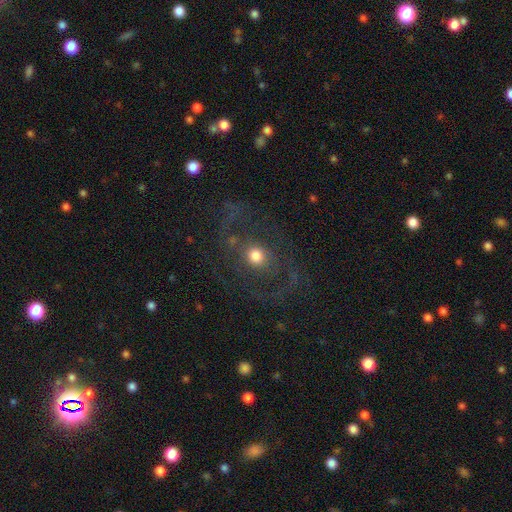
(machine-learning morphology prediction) A featured or disk galaxy (57%) with no bar (79%), spiral arms (71%) and a moderate central bulge (57%). Merging: none (63%).